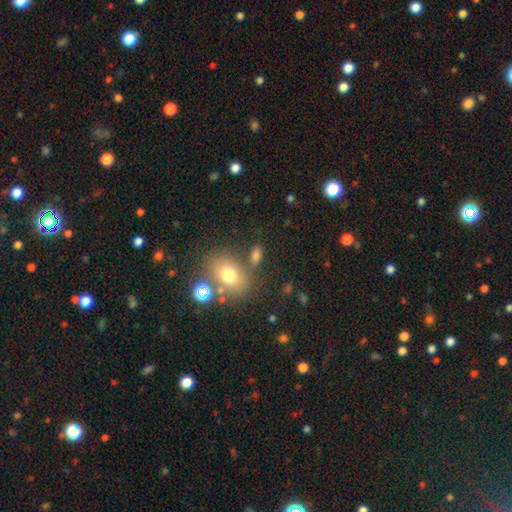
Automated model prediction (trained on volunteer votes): This is likely a smooth galaxy (72%). How rounded: likely in between (76%). Merging: likely none (68%).